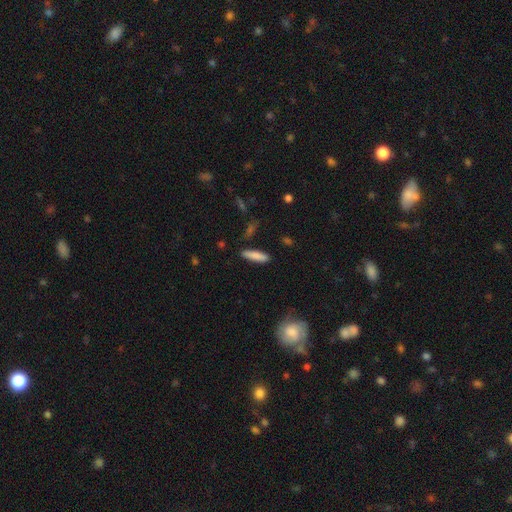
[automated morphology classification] This appears to be a smooth galaxy with no disk features (84%) that is cigar-shaped (78%). Merging: none (87%).